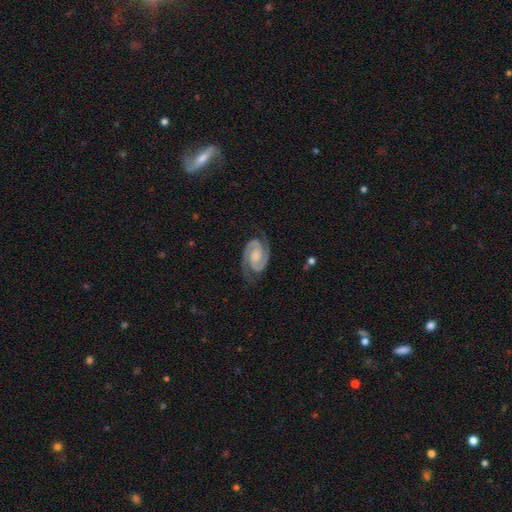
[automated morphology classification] This is clearly a featured or disk galaxy (92%). It is clearly not viewed edge-on (98%). Bar: possibly no (51%). Spiral arm pattern: clearly yes (99%). Spiral arm count: clearly 2 (95%). Spiral winding: possibly tight (55%). Central bulge: marginally none (33%). Merging: clearly none (81%).